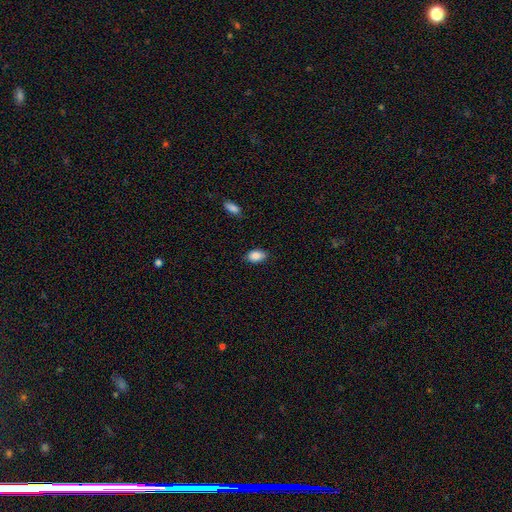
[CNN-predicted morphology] type=smooth (88%); roundness=in between (89%); merging=none (83%).